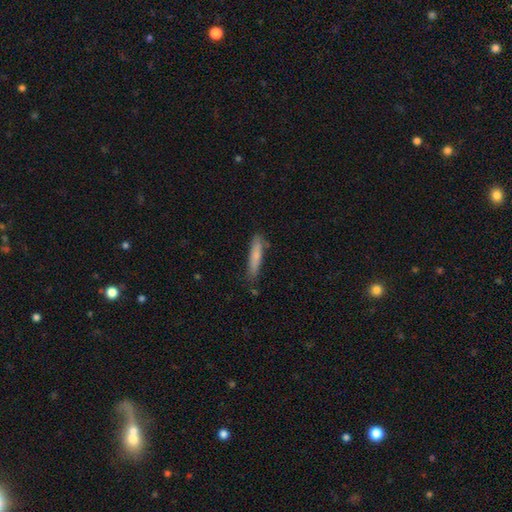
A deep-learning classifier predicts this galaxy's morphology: Smooth or featured? Predicted: smooth (p=0.78). How rounded? Predicted: cigar-shaped (p=0.88). Merging? Predicted: none (p=0.79).